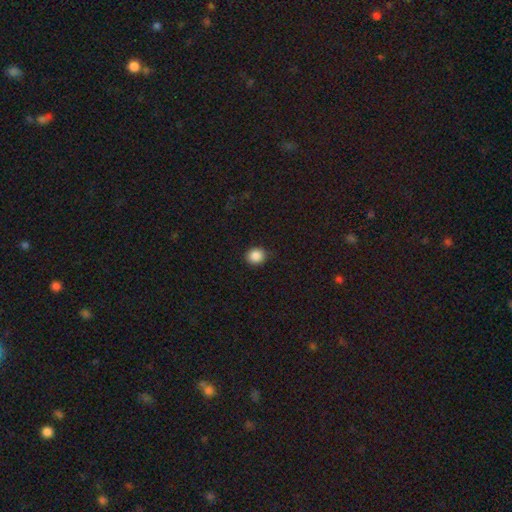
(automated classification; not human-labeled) Smooth or featured? Predicted: smooth (p=0.87). How rounded? Predicted: round (p=0.85). Merging? Predicted: none (p=0.89).